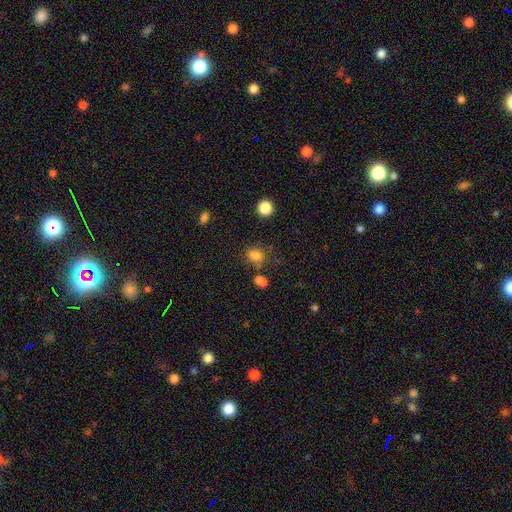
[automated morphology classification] Smooth or featured?
  - smooth: 75% *
  - star or artifact: 18%
  - featured or disk: 8%
How rounded?
  - round: 53% *
  - in between: 45%
  - cigar-shaped: 1%
Merging?
  - none: 63% *
  - minor disturbance: 18%
  - merger: 12%
  - major disturbance: 7%